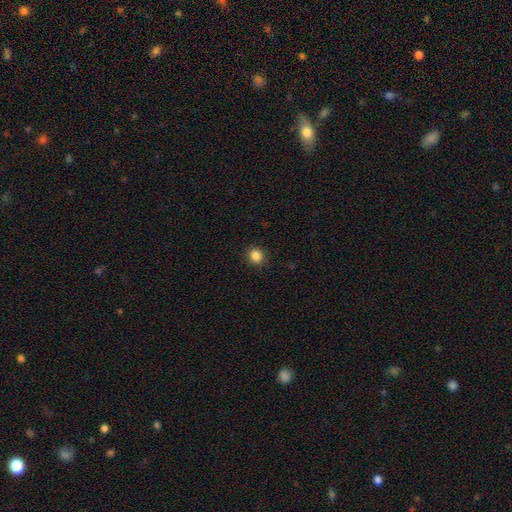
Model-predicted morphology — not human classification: Overall: smooth (86%). How rounded: round (83%). Merging: none (91%).